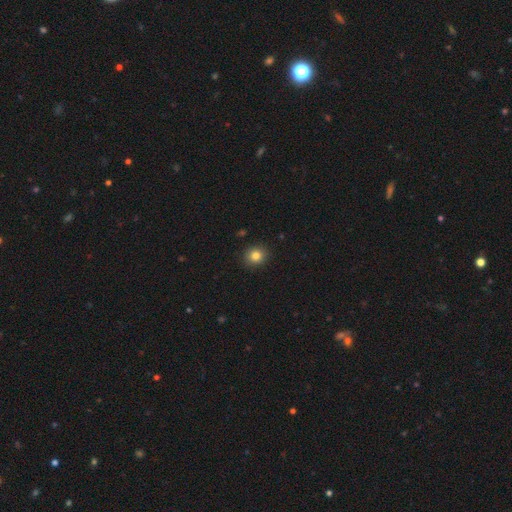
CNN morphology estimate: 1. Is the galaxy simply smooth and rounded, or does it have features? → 82% smooth, 11% star or artifact, 6% featured or disk.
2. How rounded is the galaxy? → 81% round, 18% in between, 1% cigar-shaped.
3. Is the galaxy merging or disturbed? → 91% none, 7% minor disturbance, 2% major disturbance, 1% merger.